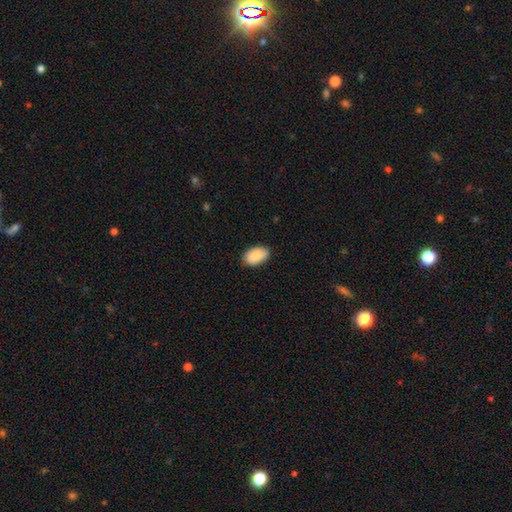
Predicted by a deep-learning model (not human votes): The model was most divided on "merging": none: 86%, minor disturbance: 11%, major disturbance: 2%, merger: 1%. More confident: how rounded — in between (93%); smooth or featured — smooth (88%).